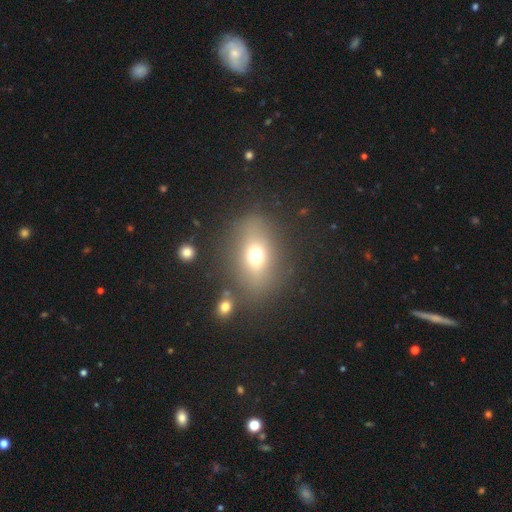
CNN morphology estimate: Smooth or featured?
  - smooth: 65% *
  - featured or disk: 19%
  - star or artifact: 16%
How rounded?
  - in between: 66% *
  - round: 31%
  - cigar-shaped: 3%
Merging?
  - none: 75% *
  - minor disturbance: 13%
  - major disturbance: 7%
  - merger: 5%